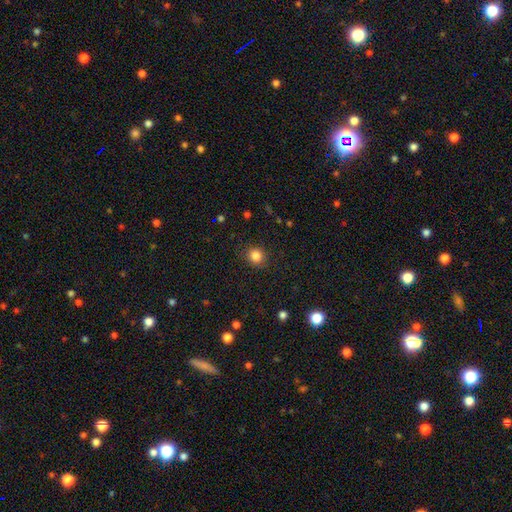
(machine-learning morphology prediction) Smooth or featured? smooth (84%)
How rounded? round (81%)
Merging? none (88%)